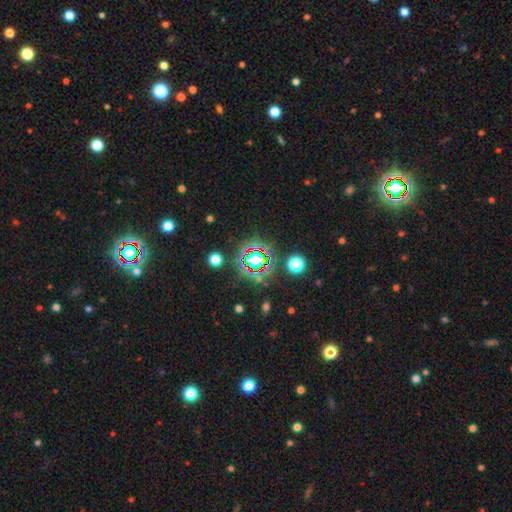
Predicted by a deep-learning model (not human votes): Morphology: type=star or artifact (71%).